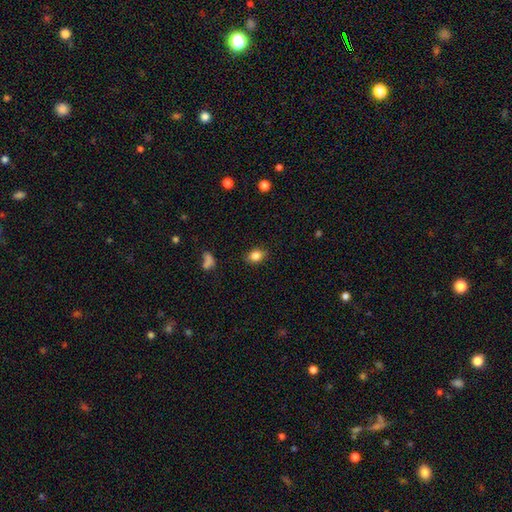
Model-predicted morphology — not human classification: A smooth galaxy with no disk features (83%) that is in between round and cigar-shaped (73%).

Vote fractions:
- Smooth or featured? smooth: 83% / star or artifact: 10% / featured or disk: 7%
- How rounded? in between: 73% / round: 25% / cigar-shaped: 2%
- Merging? none: 85% / minor disturbance: 11% / major disturbance: 3% / merger: 1%